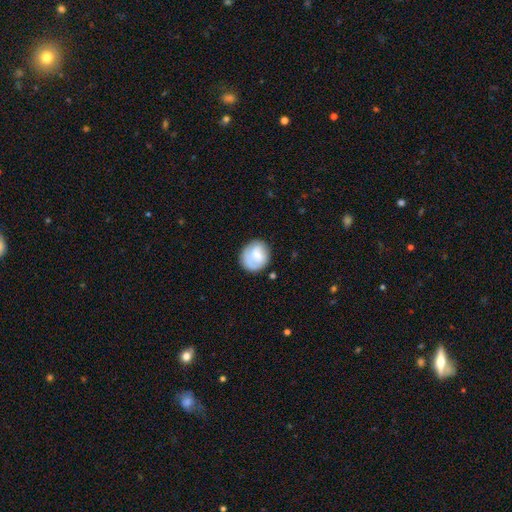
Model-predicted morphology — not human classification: This appears to be a smooth galaxy with no disk features (69%) that is round (79%). Merging: none (70%).